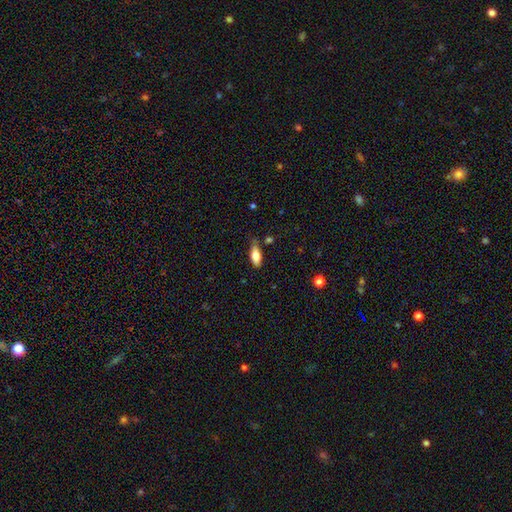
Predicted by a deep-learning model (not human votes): Smooth or featured? smooth (76%)
How rounded? in between (78%)
Merging? none (60%)